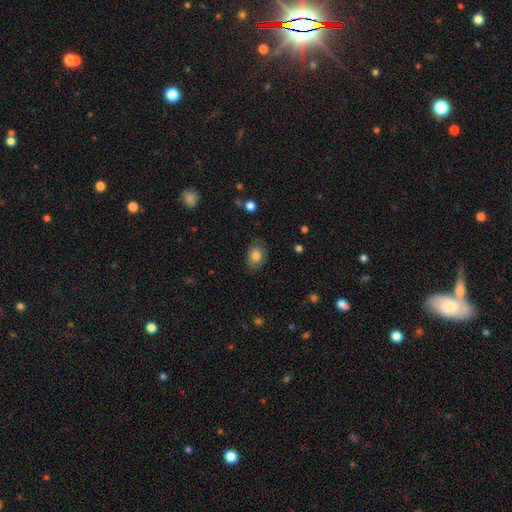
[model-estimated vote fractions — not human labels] smooth-or-featured: smooth: 80% | featured or disk: 12% | star or artifact: 8%
  how-rounded: in between: 72% | round: 27% | cigar-shaped: 1%
  merging: none: 78% | minor disturbance: 17% | major disturbance: 4% | merger: 1%